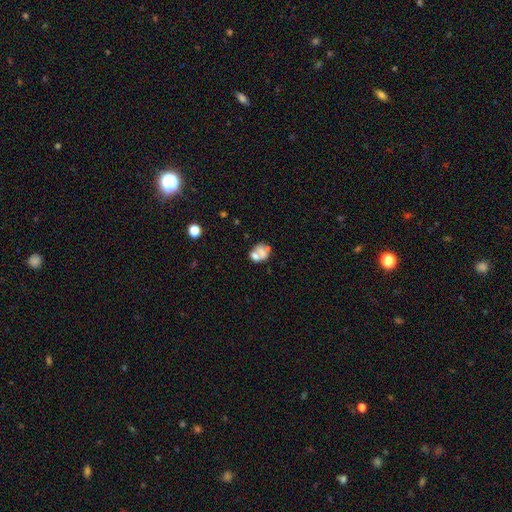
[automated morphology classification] Smooth or featured? smooth (53%)
How rounded? in between (50%)
Merging? merger (37%)